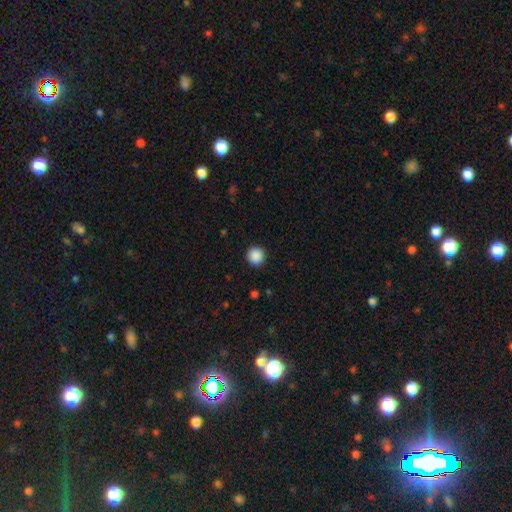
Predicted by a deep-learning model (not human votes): Q: Smooth or featured?
A: smooth (89%); runner-up: star or artifact (9%)
Q: How rounded?
A: round (93%); runner-up: in between (6%)
Q: Merging?
A: none (92%); runner-up: minor disturbance (6%)